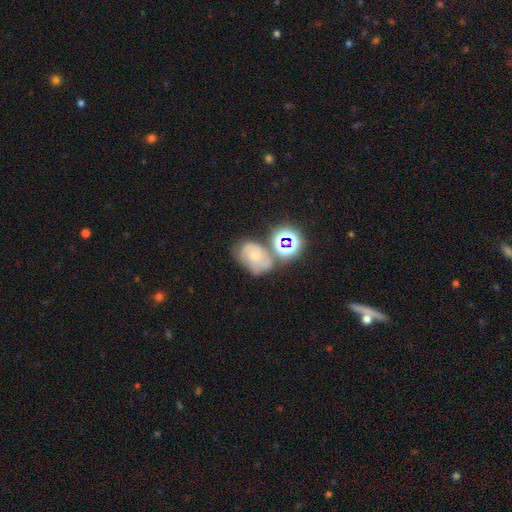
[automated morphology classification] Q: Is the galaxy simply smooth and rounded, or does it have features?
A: smooth — 41%.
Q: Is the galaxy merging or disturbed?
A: none — 45%.